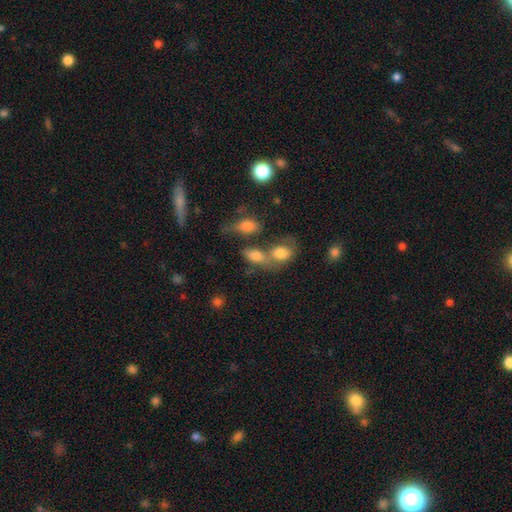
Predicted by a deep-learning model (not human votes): This is likely a smooth galaxy (78%). How rounded: clearly in between (81%). Merging: possibly merger (47%).